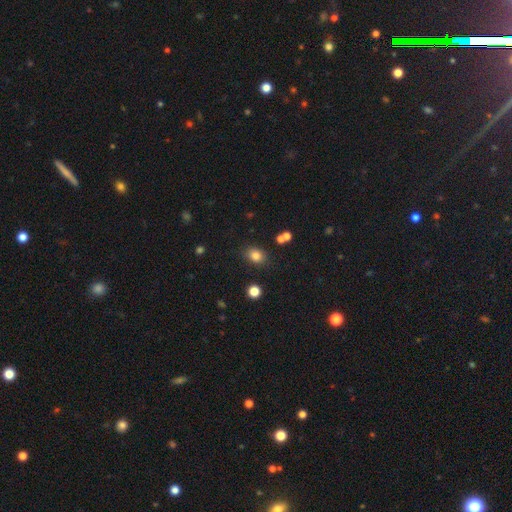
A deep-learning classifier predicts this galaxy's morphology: Smooth or featured? smooth (81%)
How rounded? in between (59%)
Merging? none (83%)